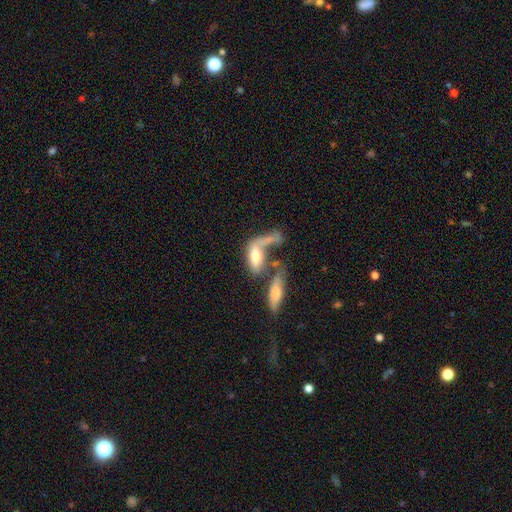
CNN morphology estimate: Q: Smooth or featured?
A: smooth (62%); runner-up: featured or disk (29%)
Q: How rounded?
A: in between (77%); runner-up: cigar-shaped (19%)
Q: Merging?
A: merger (48%); runner-up: none (22%)